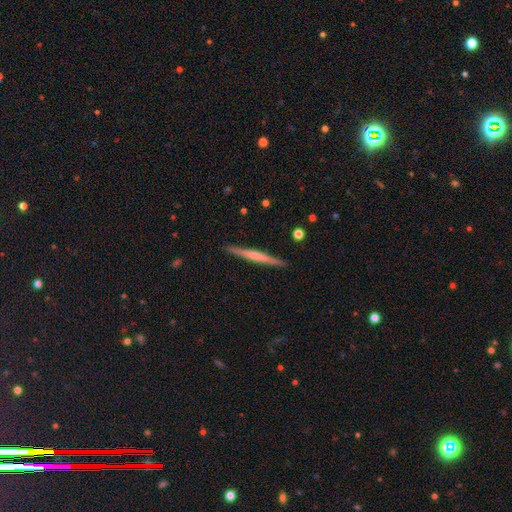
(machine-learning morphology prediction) featured or disk 57%, smooth 38%, star or artifact 5%. Down the decision tree: edge-on disk — yes (98%); edge-on bulge — none (58%); merging — none (92%).